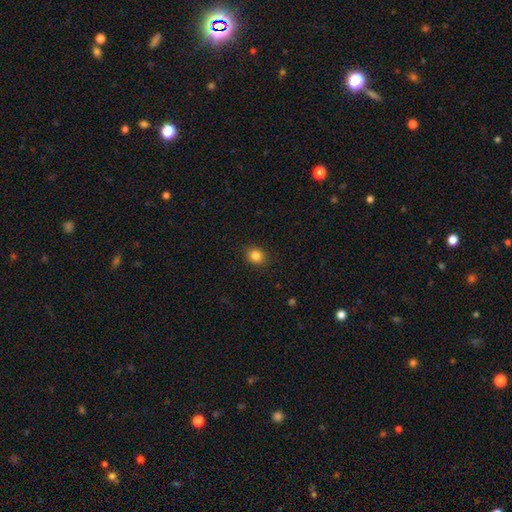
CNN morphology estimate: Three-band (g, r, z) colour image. It shows a smooth galaxy with no disk features (85%) that is round (74%). Merging: none (90%).